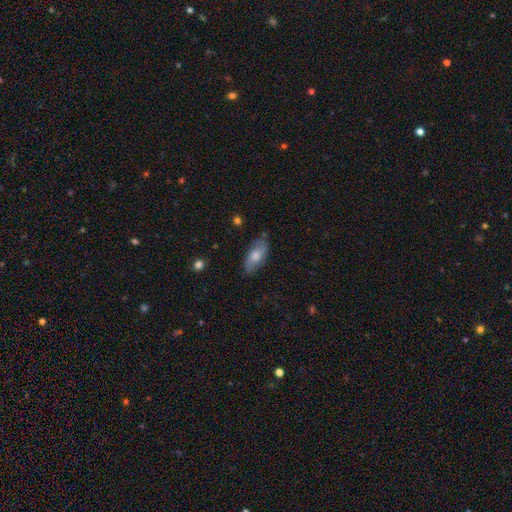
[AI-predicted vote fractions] Overall: smooth (62%; featured or disk 31%). How rounded: in between (86%). Merging: none (77%).